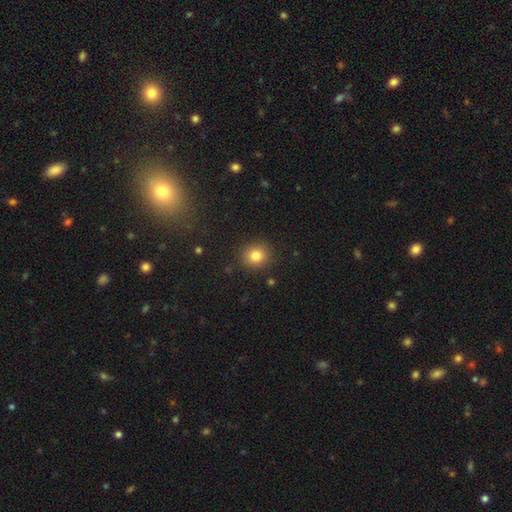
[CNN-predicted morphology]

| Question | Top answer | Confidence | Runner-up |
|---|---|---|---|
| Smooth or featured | smooth | 82% | star or artifact (11%) |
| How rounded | round | 81% | in between (18%) |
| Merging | none | 89% | minor disturbance (7%) |